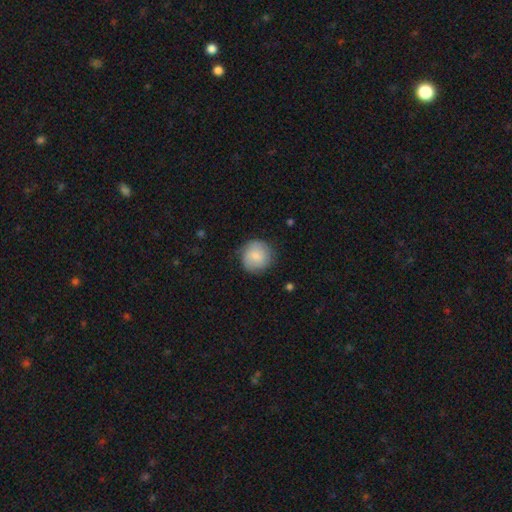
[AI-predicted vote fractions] Morphology: type=smooth (77%); roundness=round (93%); merging=none (80%).